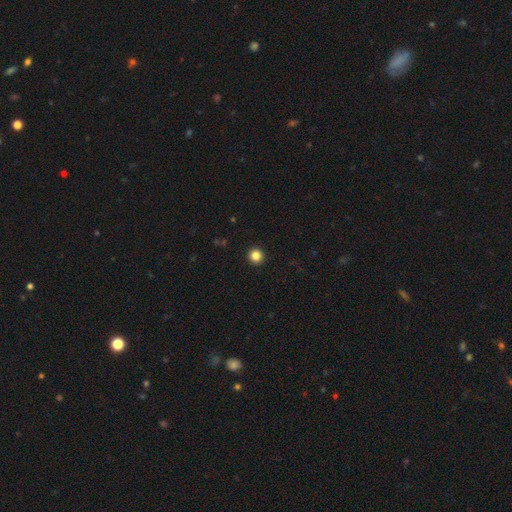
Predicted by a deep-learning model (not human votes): smooth 84%, star or artifact 12%, featured or disk 4%. Down the decision tree: how rounded — round (96%); merging — none (94%).